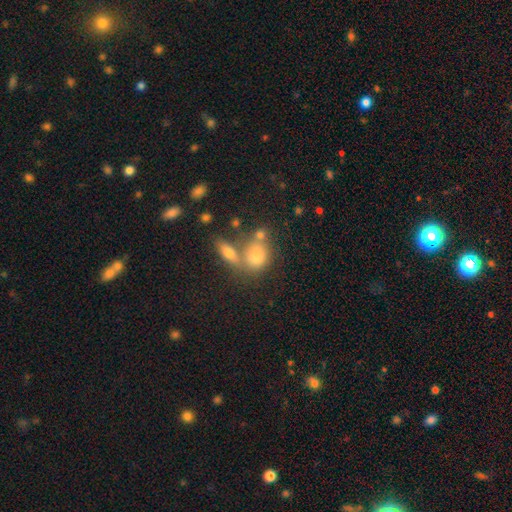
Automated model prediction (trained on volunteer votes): smooth-or-featured: smooth: 75% | featured or disk: 14% | star or artifact: 12%
  how-rounded: in between: 50% | round: 46% | cigar-shaped: 4%
  merging: none: 43% | merger: 39% | minor disturbance: 12% | major disturbance: 6%